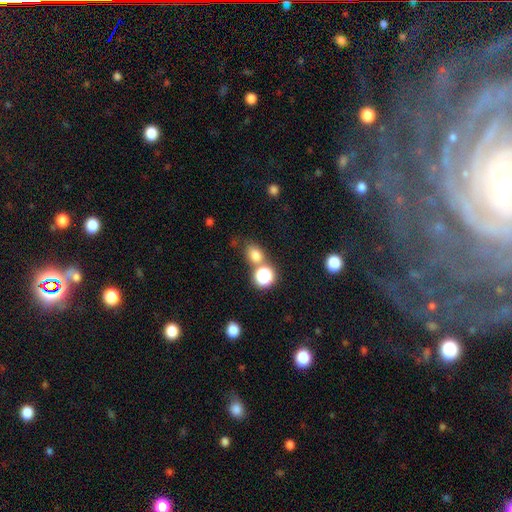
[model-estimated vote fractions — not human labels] smooth_or_featured: smooth (p=0.75) [alt: star or artifact p=0.18]
how_rounded: in between (p=0.51) [alt: round p=0.47]
merging: none (p=0.58) [alt: merger p=0.25]